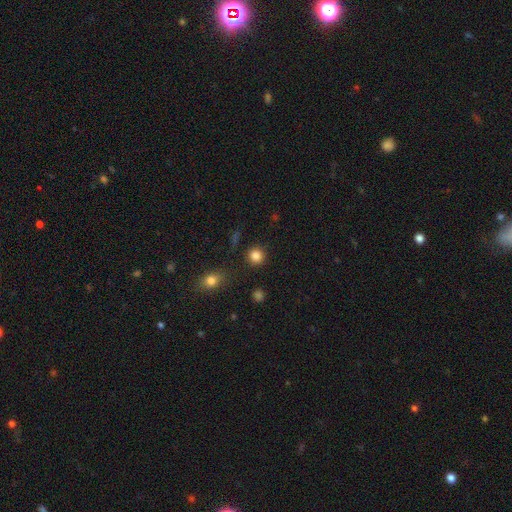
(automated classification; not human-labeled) Smooth or featured? smooth (85%)
How rounded? round (92%)
Merging? none (88%)